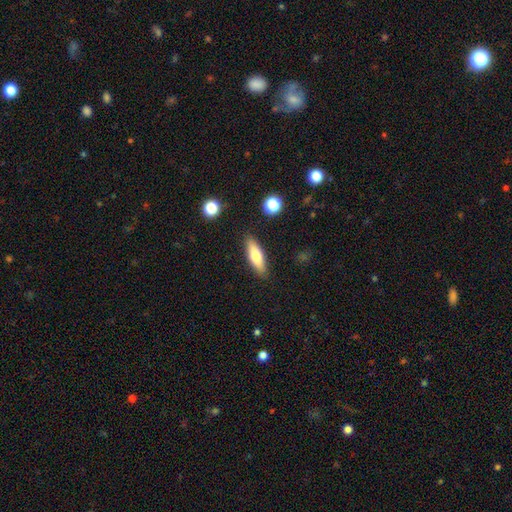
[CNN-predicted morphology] smooth 67%, featured or disk 27%, star or artifact 7%. Down the decision tree: how rounded — cigar-shaped (53%); merging — none (86%).